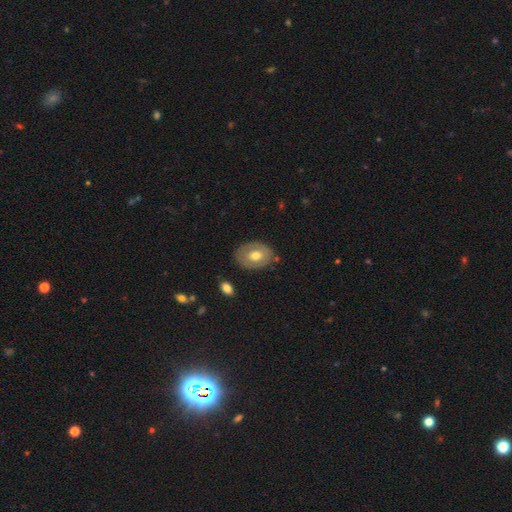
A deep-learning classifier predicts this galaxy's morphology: type=smooth (56%); roundness=in between (70%); merging=none (80%).